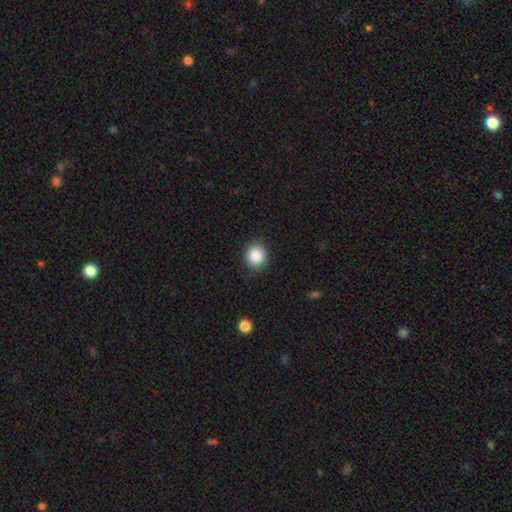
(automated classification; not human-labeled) Morphology: type=smooth (87%); roundness=round (79%); merging=none (89%).